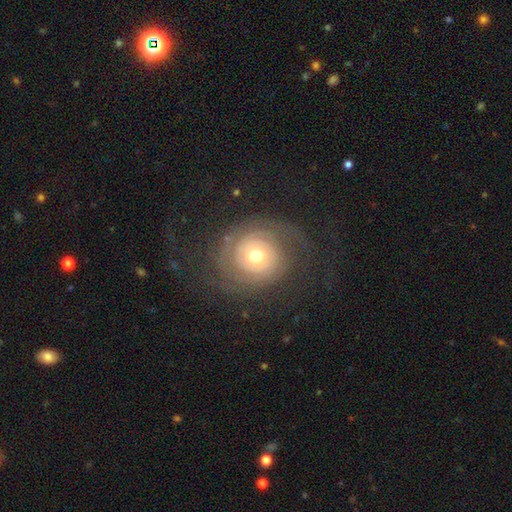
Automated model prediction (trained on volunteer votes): Smooth or featured? featured or disk (73%)
Edge-on disk? no (97%)
Bar? no (81%)
Spiral arms? yes (87%)
Spiral winding? tight (68%)
Spiral arm count? 2 (45%)
Bulge size? moderate (62%)
Merging? none (69%)